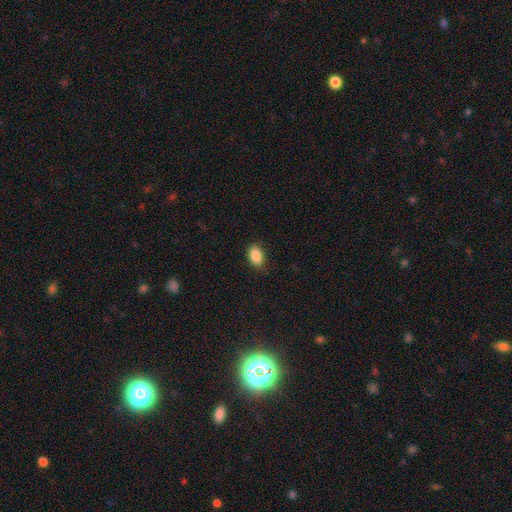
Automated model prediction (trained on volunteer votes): Smooth or featured? Predicted: smooth (p=0.89). How rounded? Predicted: in between (p=0.89). Merging? Predicted: none (p=0.86).